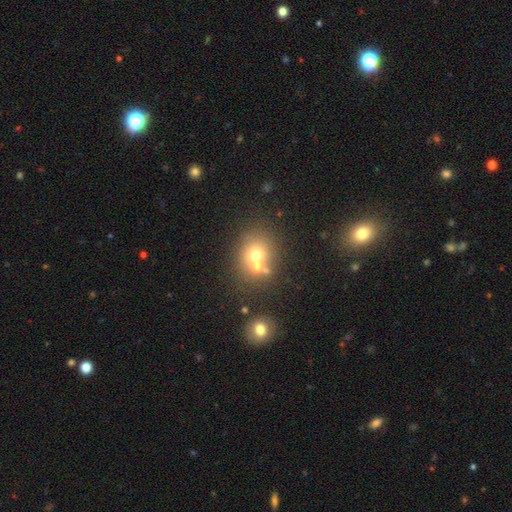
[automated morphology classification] Overall: smooth (63%). How rounded: round (73%). Merging: none (46%; merger 41%).